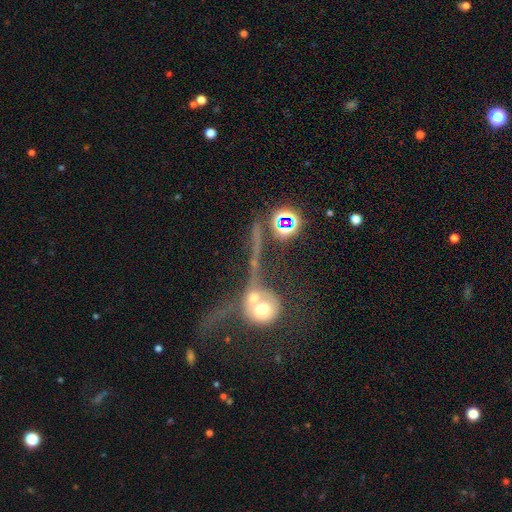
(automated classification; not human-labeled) This is marginally a featured or disk galaxy (42%). Merging: marginally merger (42%).